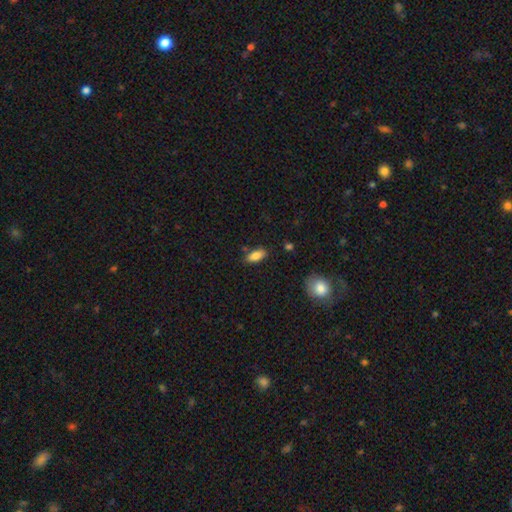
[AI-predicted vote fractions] smooth_or_featured: smooth (p=0.84) [alt: featured or disk p=0.09]
how_rounded: in between (p=0.84) [alt: cigar-shaped p=0.14]
merging: none (p=0.79) [alt: minor disturbance p=0.15]